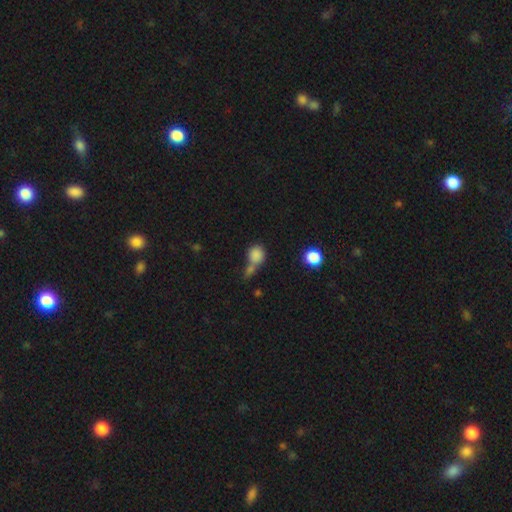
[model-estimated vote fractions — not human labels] A smooth galaxy with no disk features (82%) that is round (77%). Merging: merger (44%).